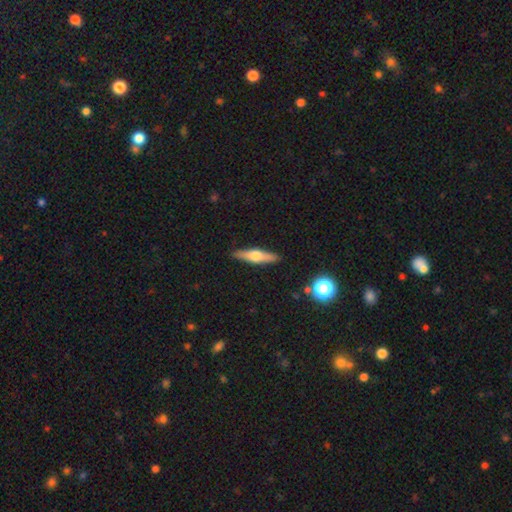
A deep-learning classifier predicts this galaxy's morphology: smooth_or_featured: featured or disk (p=0.51) [alt: smooth p=0.43]
disk_edge_on: yes (p=0.92) [alt: no p=0.08]
merging: none (p=0.90) [alt: minor disturbance p=0.07]